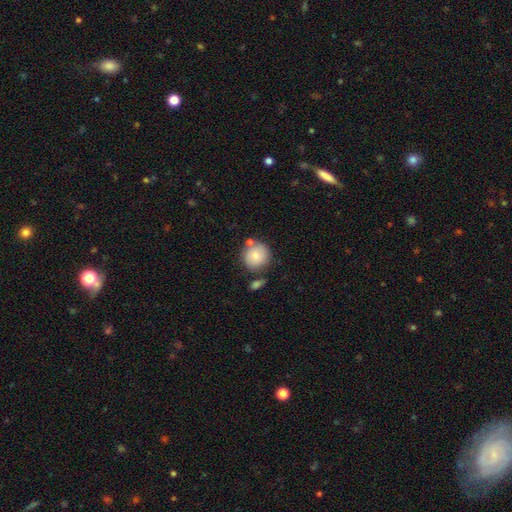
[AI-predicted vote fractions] Overall: smooth (79%). How rounded: round (91%). Merging: none (70%).